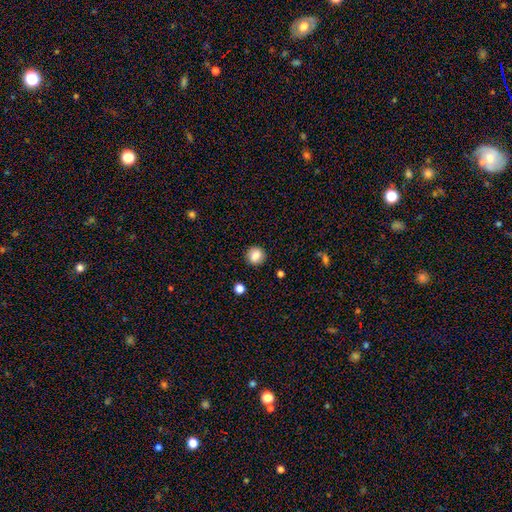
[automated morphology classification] Smooth or featured?
  - smooth: 85% *
  - star or artifact: 9%
  - featured or disk: 6%
How rounded?
  - round: 90% *
  - in between: 9%
  - cigar-shaped: 1%
Merging?
  - none: 91% *
  - minor disturbance: 6%
  - major disturbance: 2%
  - merger: 1%